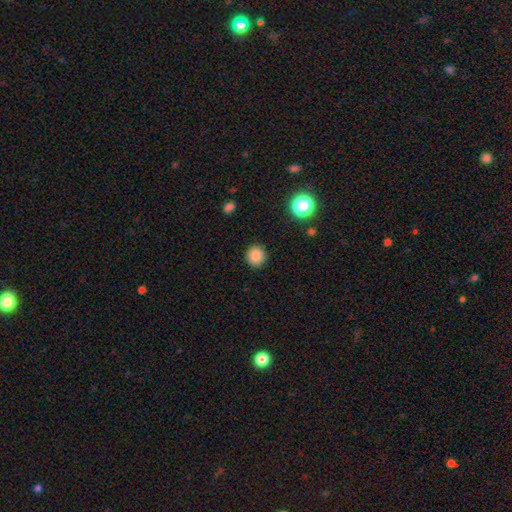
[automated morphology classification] smooth 85%, star or artifact 11%, featured or disk 4%. Down the decision tree: how rounded — round (92%); merging — none (92%).